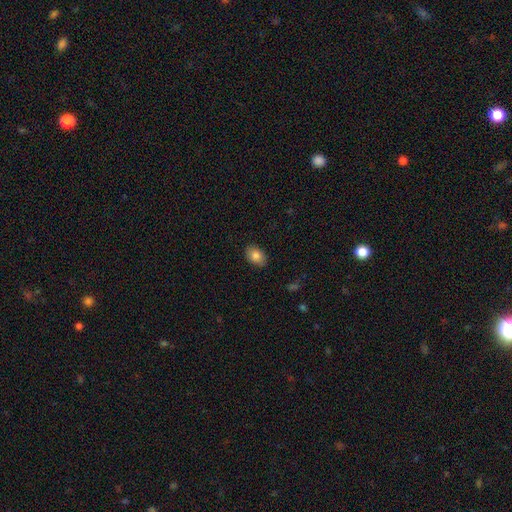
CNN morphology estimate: smooth_or_featured: smooth (p=0.83) [alt: featured or disk p=0.10]
how_rounded: in between (p=0.82) [alt: round p=0.17]
merging: none (p=0.88) [alt: minor disturbance p=0.09]